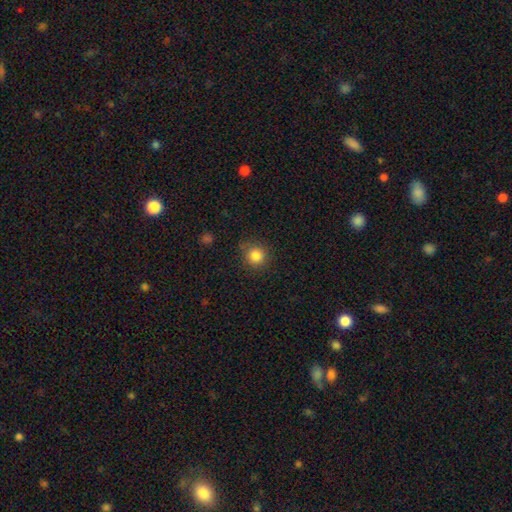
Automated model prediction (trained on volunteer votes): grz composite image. It shows a smooth galaxy with no disk features (84%) that is round (91%). Merging: none (81%).